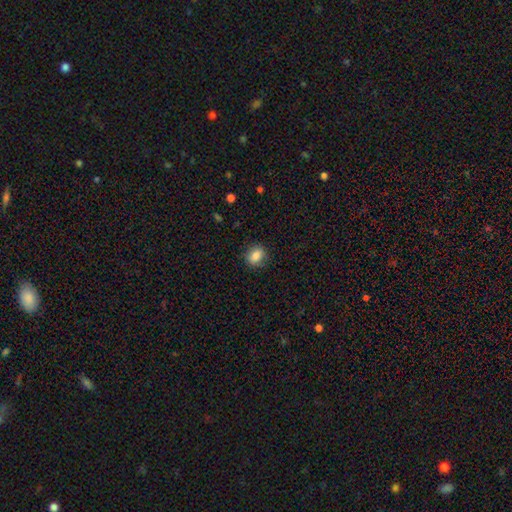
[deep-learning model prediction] Smooth or featured? smooth (85%)
How rounded? round (58%)
Merging? none (88%)